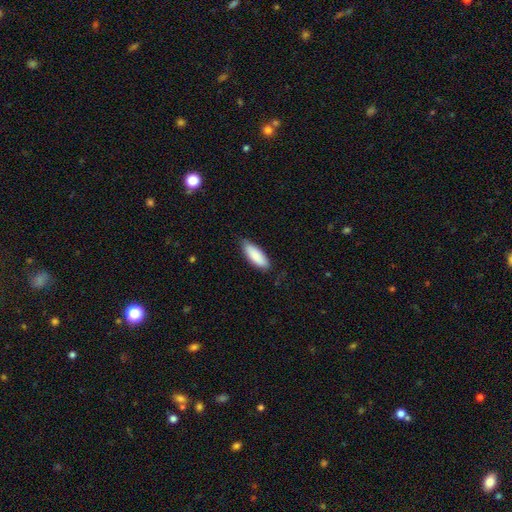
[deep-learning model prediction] Smooth or featured? Predicted: smooth (p=0.87). How rounded? Predicted: in between (p=0.69). Merging? Predicted: none (p=0.79).